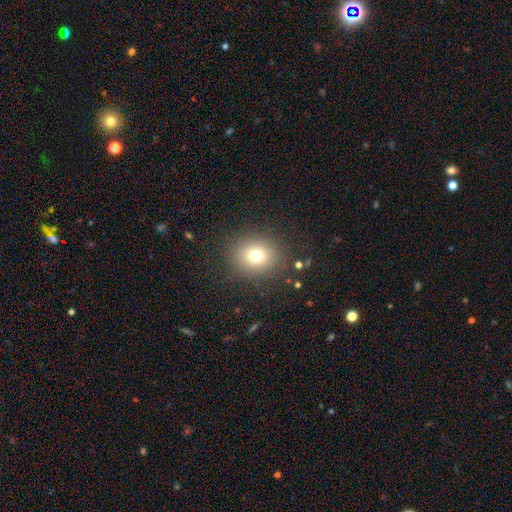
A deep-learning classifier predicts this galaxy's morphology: This appears to be a smooth galaxy with no disk features (74%) that is round (75%). Merging: none (86%).